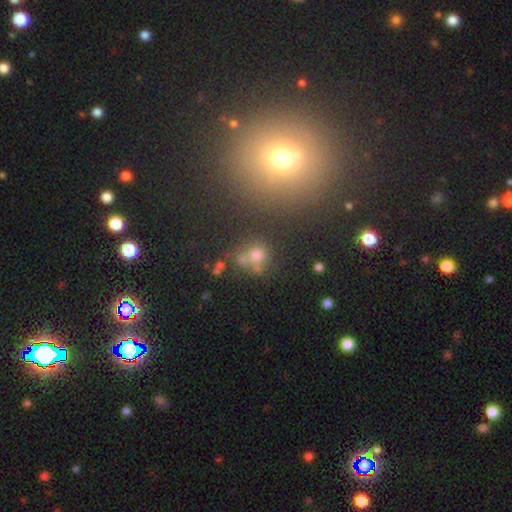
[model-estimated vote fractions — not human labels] Smooth or featured: smooth — 61% (star or artifact — 25%)
How rounded: round — 80% (in between — 18%)
Merging: none — 51% (merger — 29%)